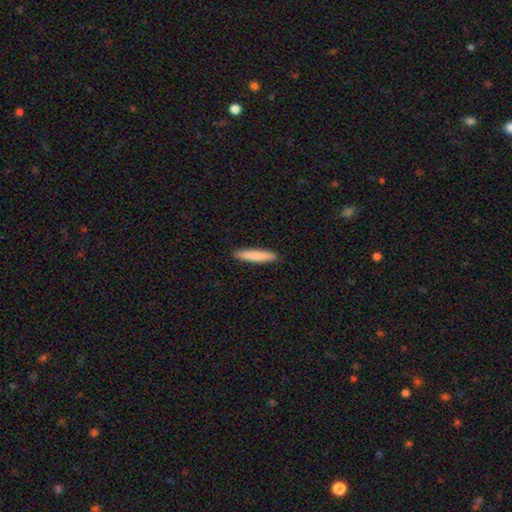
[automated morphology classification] A smooth galaxy with no disk features (82%) that is cigar-shaped (91%).

Vote fractions:
- Smooth or featured? smooth: 82% / featured or disk: 12% / star or artifact: 5%
- How rounded? cigar-shaped: 91% / in between: 8% / round: 1%
- Merging? none: 91% / minor disturbance: 6% / major disturbance: 1% / merger: 1%